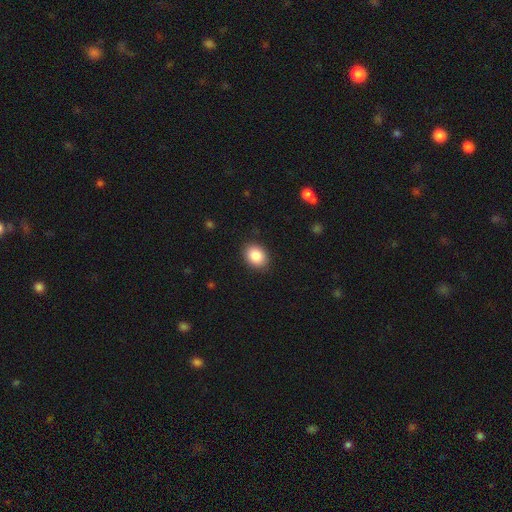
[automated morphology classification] Smooth or featured?
  - smooth: 86% *
  - star or artifact: 8%
  - featured or disk: 6%
How rounded?
  - in between: 61% *
  - round: 38%
  - cigar-shaped: 1%
Merging?
  - none: 89% *
  - minor disturbance: 8%
  - major disturbance: 2%
  - merger: 1%